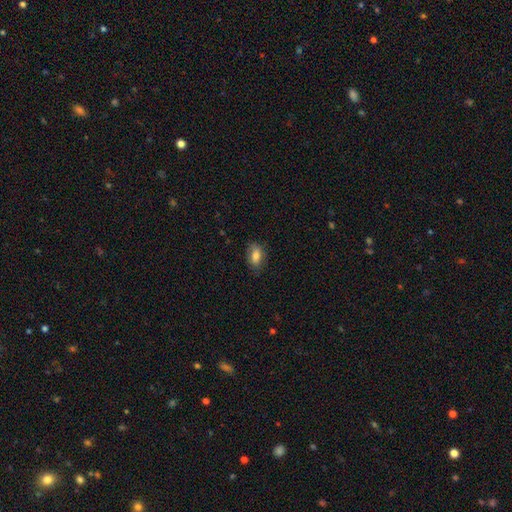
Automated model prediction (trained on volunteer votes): Q: Smooth or featured?
A: smooth (77%); runner-up: featured or disk (15%)
Q: How rounded?
A: in between (88%); runner-up: round (7%)
Q: Merging?
A: none (75%); runner-up: minor disturbance (20%)